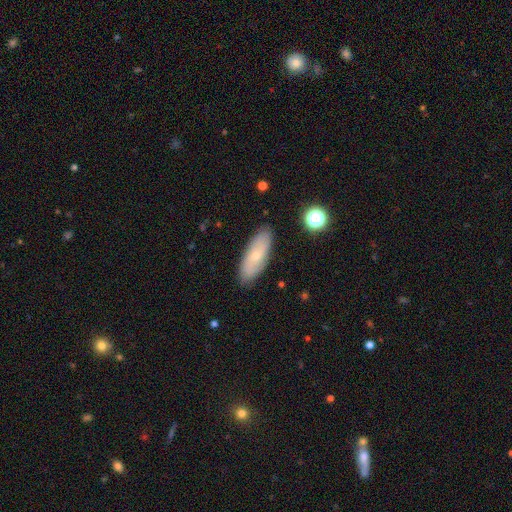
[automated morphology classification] This is possibly a smooth galaxy (56%). How rounded: likely in between (67%). Merging: clearly none (86%).